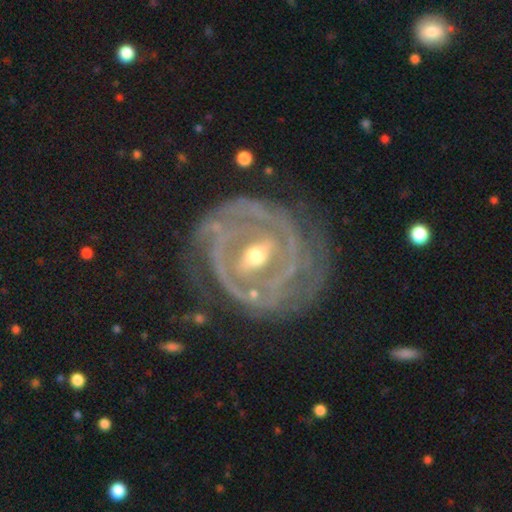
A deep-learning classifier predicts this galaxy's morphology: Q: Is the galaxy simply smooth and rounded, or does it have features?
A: featured or disk — 90%.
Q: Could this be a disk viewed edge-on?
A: no — 96%.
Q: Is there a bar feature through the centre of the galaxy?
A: strong — 45%.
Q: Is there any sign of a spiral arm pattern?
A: yes — 92%.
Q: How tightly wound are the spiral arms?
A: tight — 74%.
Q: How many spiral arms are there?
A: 2 — 32%.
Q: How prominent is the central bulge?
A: moderate — 53%.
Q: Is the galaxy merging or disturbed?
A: none — 69%.